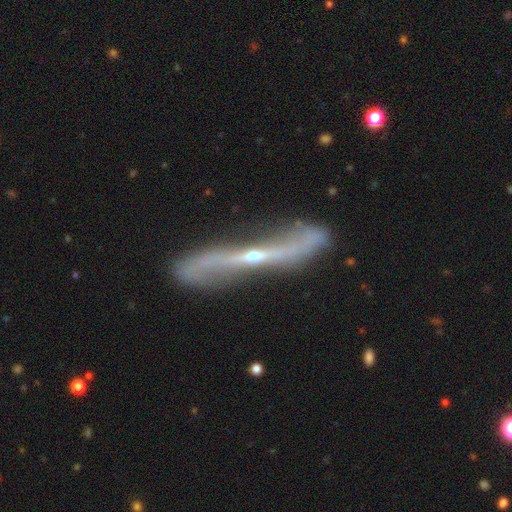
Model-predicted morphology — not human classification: Smooth or featured? featured or disk (86%)
Edge-on disk? no (53%)
Merging? none (73%)